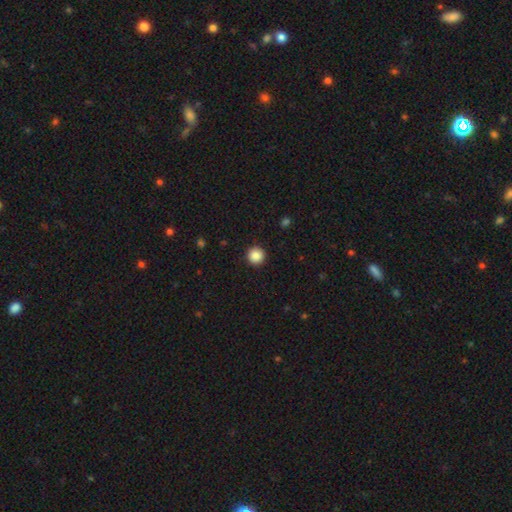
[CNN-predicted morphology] A smooth galaxy with no disk features (87%) that is round (95%).

Vote fractions:
- Smooth or featured? smooth: 87% / star or artifact: 10% / featured or disk: 3%
- How rounded? round: 95% / in between: 4% / cigar-shaped: 1%
- Merging? none: 92% / minor disturbance: 5% / major disturbance: 2% / merger: 1%